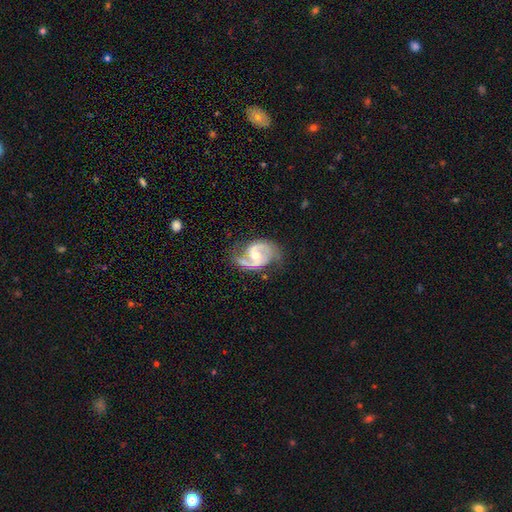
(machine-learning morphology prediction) Smooth or featured: featured or disk — 91% (smooth — 5%)
Edge-on disk: no — 98% (yes — 2%)
Bar: no — 44% (tied with weak — 44%)
Spiral arms: yes — 98% (no — 2%)
Spiral winding: medium — 59% (tight — 23%)
Spiral arm count: 2 — 92% (can't tell — 2%)
Bulge size: moderate — 58% (small — 36%)
Merging: none — 70% (minor disturbance — 20%)